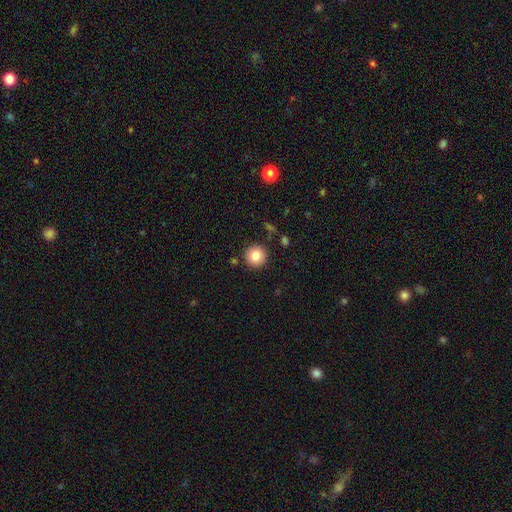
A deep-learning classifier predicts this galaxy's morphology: Smooth or featured? smooth (83%)
How rounded? round (95%)
Merging? none (89%)